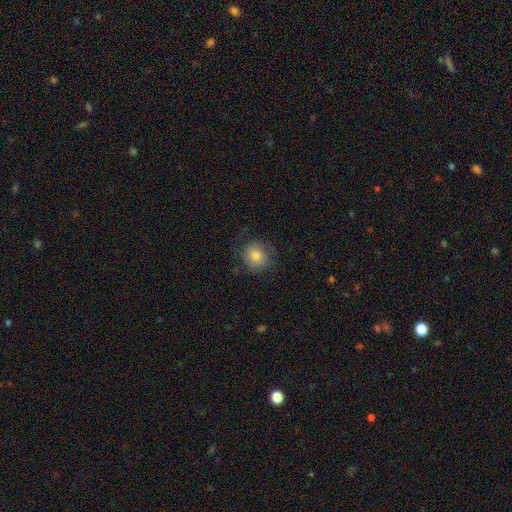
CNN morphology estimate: smooth-or-featured: smooth: 71% | featured or disk: 18% | star or artifact: 11%
  how-rounded: round: 84% | in between: 15% | cigar-shaped: 1%
  merging: none: 73% | minor disturbance: 18% | major disturbance: 9% | merger: 1%